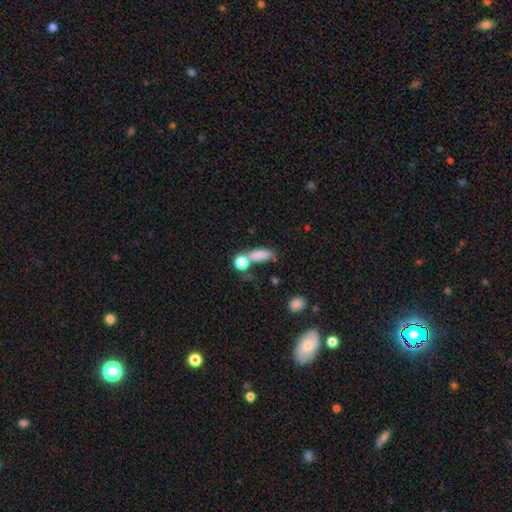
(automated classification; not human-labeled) Overall: smooth (79%). How rounded: in between (55%; cigar-shaped 28%). Merging: none (45%; merger 30%).